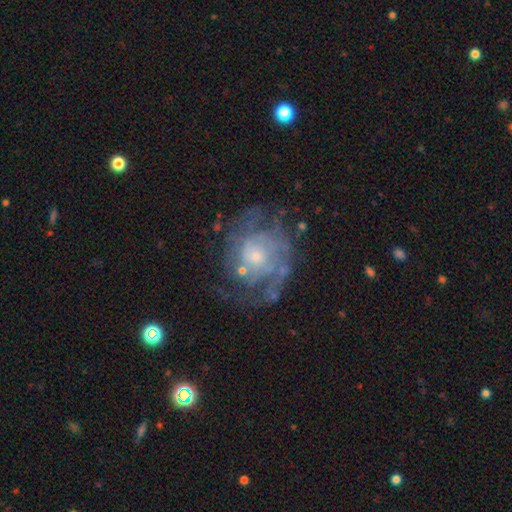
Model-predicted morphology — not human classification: The model was most divided on "spiral winding": tight: 51%, medium: 34%, loose: 15%. Remaining: edge-on disk — no (98%); bar — no (79%); spiral arms — yes (78%); smooth or featured — featured or disk (76%); bulge size — small (62%); merging — none (59%); spiral arm count — can't tell (45%).